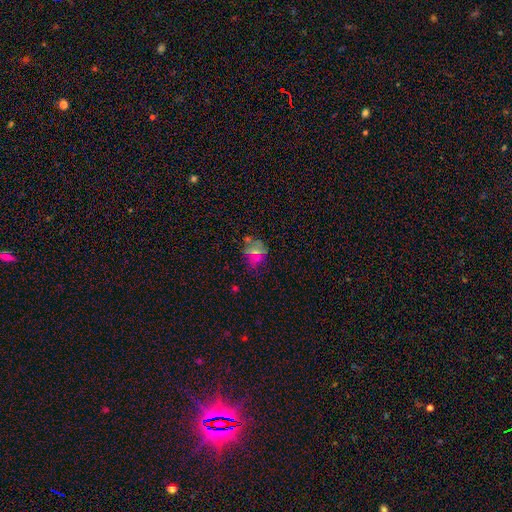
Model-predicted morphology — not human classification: smooth 53%, star or artifact 26%, featured or disk 21%. Down the decision tree: how rounded — round (51%); merging — none (59%).